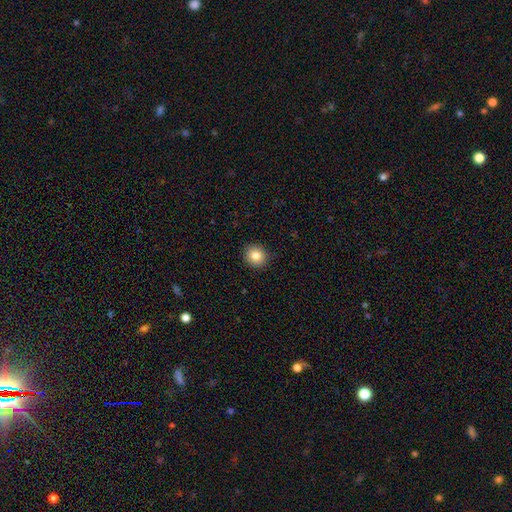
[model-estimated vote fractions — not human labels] Q: Smooth or featured?
A: smooth (82%); runner-up: star or artifact (10%)
Q: How rounded?
A: round (89%); runner-up: in between (10%)
Q: Merging?
A: none (92%); runner-up: minor disturbance (6%)